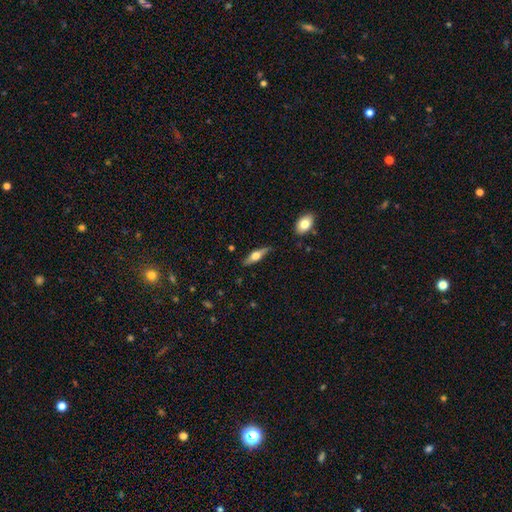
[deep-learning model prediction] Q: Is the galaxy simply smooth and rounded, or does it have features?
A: featured or disk — 58%.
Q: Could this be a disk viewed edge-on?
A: yes — 94%.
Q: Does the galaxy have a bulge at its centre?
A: rounded — 93%.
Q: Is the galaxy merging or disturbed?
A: none — 83%.